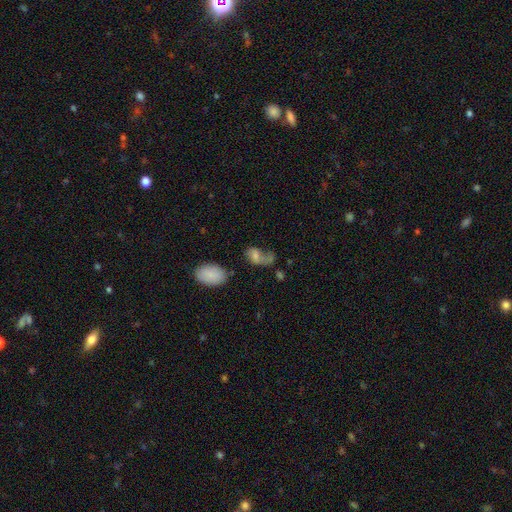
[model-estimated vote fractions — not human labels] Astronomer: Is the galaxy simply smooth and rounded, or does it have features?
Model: smooth — 48% (runner-up: featured or disk, 39%).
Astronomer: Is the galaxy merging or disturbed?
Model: major disturbance — 36% (runner-up: none, 32%).